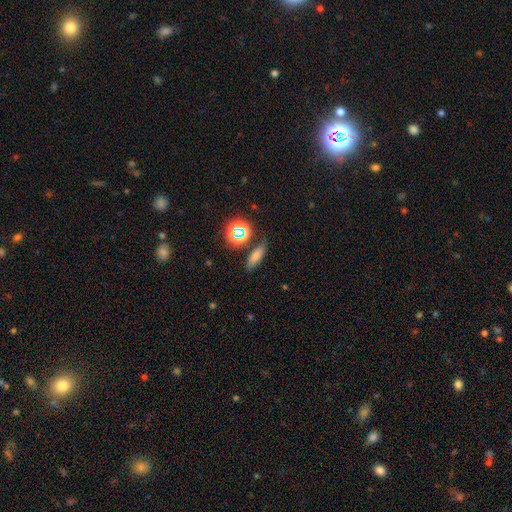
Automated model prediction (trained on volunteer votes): smooth 71%, star or artifact 18%, featured or disk 12%. Down the decision tree: how rounded — in between (46%); merging — none (78%).